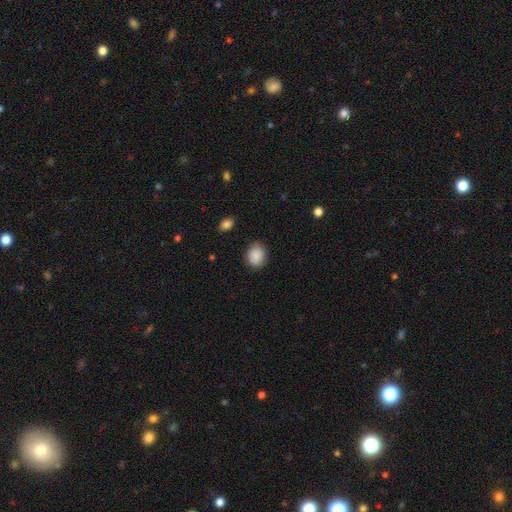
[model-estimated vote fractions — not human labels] This appears to be a smooth galaxy with no disk features (89%) that is round (54%). Merging: none (81%).